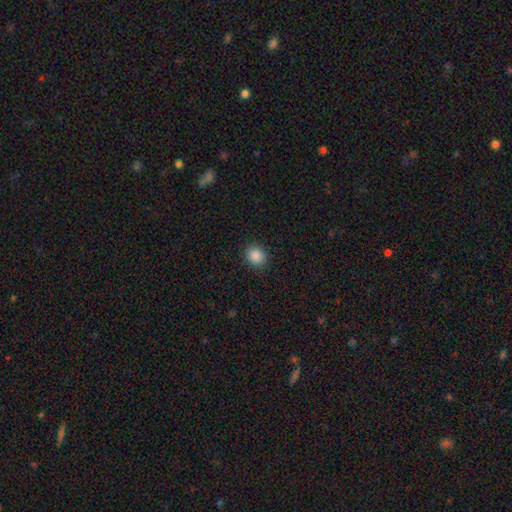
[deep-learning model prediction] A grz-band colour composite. It shows a smooth galaxy with no disk features (87%) that is round (76%). Merging: none (91%).